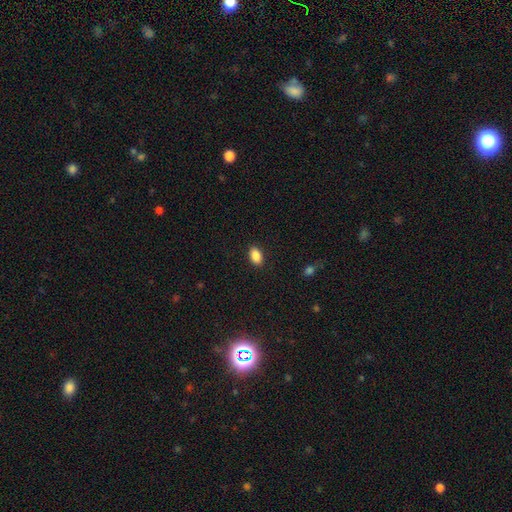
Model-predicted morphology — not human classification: A smooth galaxy with no disk features (87%) that is in between round and cigar-shaped (91%). Merging: none (89%).